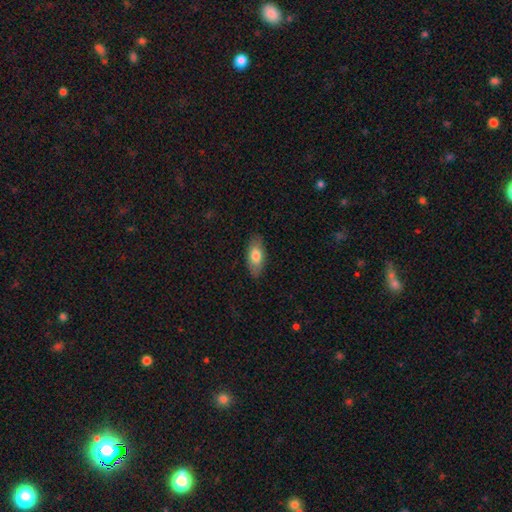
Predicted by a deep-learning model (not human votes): The model was most divided on "smooth or featured": smooth: 76%, featured or disk: 17%, star or artifact: 6%. More confident: how rounded — in between (88%); merging — none (86%).